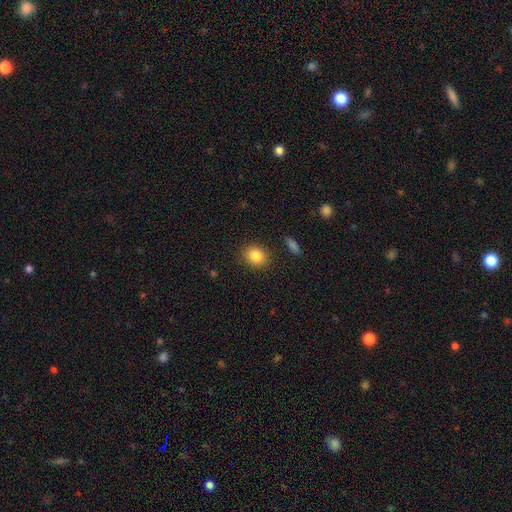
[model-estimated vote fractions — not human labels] The model was most divided on "how rounded": round: 69%, in between: 30%, cigar-shaped: 1%. More confident: merging — none (88%); smooth or featured — smooth (84%).